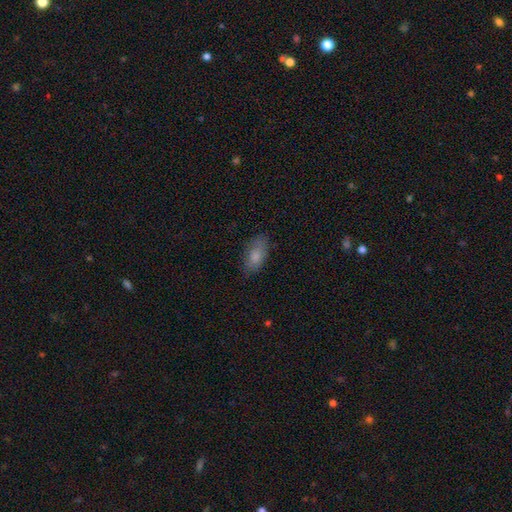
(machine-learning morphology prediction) smooth_or_featured: smooth (p=0.81) [alt: featured or disk p=0.11]
how_rounded: in between (p=0.89) [alt: cigar-shaped p=0.07]
merging: none (p=0.77) [alt: minor disturbance p=0.18]